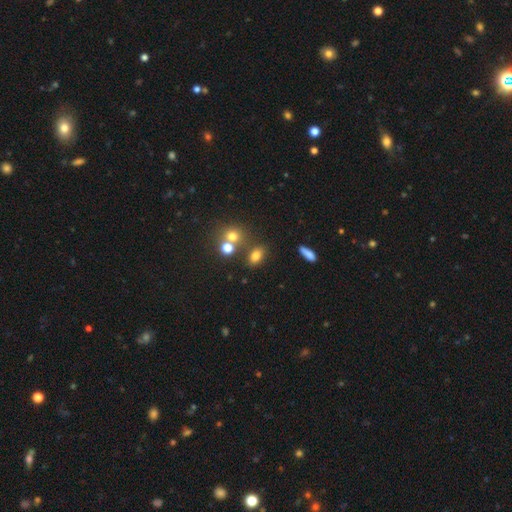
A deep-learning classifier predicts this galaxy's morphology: The model was most divided on "how rounded": in between: 72%, round: 24%, cigar-shaped: 5%. More confident: smooth or featured — smooth (75%); merging — none (66%).